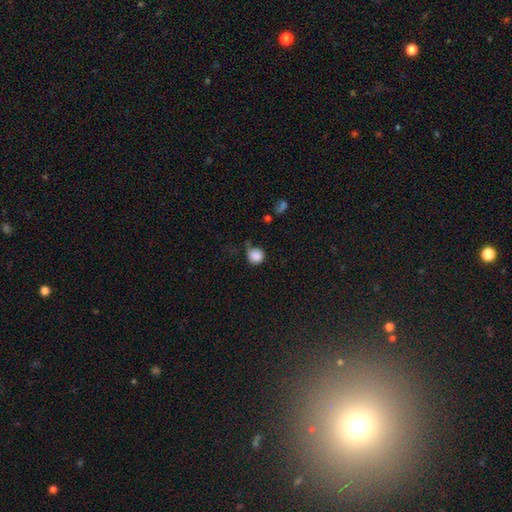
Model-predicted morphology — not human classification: smooth_or_featured: smooth (p=0.86) [alt: star or artifact p=0.10]
how_rounded: round (p=0.91) [alt: in between p=0.08]
merging: none (p=0.61) [alt: minor disturbance p=0.24]